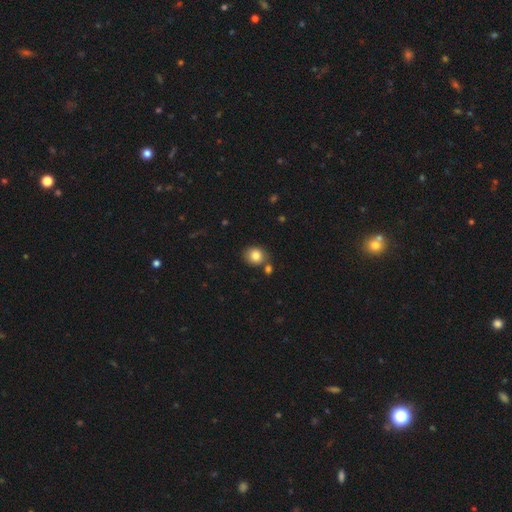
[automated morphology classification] Smooth or featured? Predicted: smooth (p=0.83). How rounded? Predicted: round (p=0.73). Merging? Predicted: none (p=0.71).